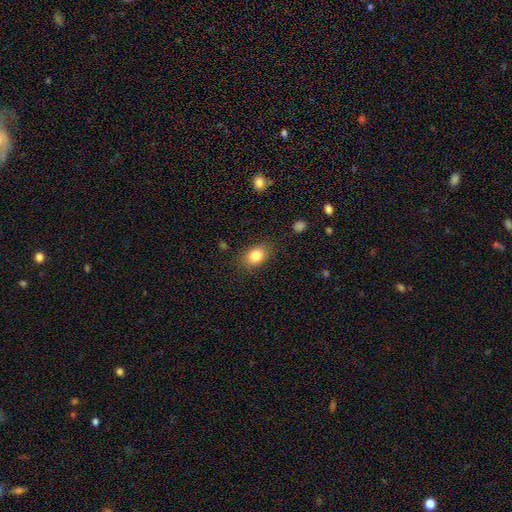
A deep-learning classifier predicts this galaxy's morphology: The model was most divided on "how rounded": in between: 73%, round: 26%, cigar-shaped: 1%. More confident: smooth or featured — smooth (83%); merging — none (82%).